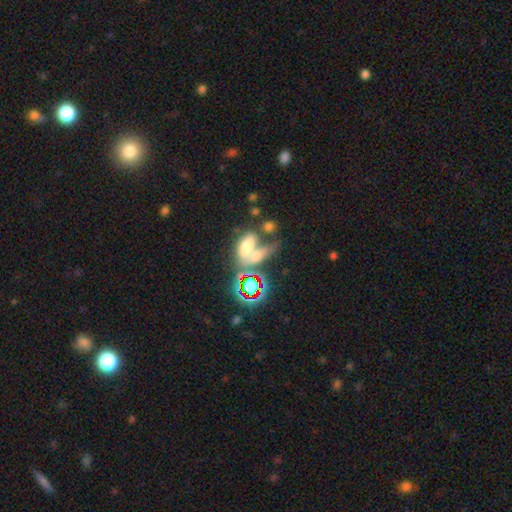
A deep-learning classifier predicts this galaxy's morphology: smooth 58%, star or artifact 22%, featured or disk 20%. Down the decision tree: how rounded — in between (79%); merging — merger (55%).